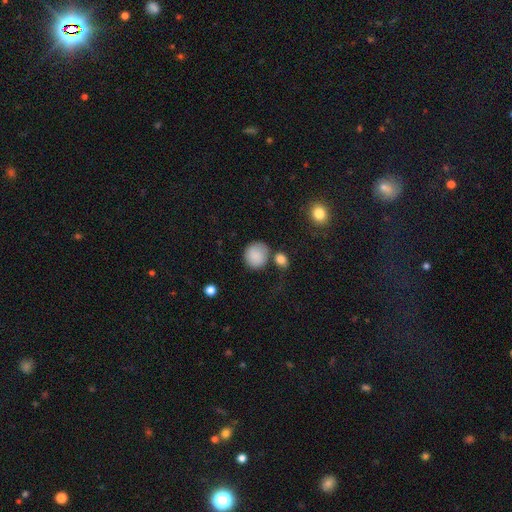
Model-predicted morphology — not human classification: The model was most divided on "merging": none: 67%, minor disturbance: 16%, merger: 11%, major disturbance: 6%. More confident: smooth or featured — smooth (86%); how rounded — round (85%).